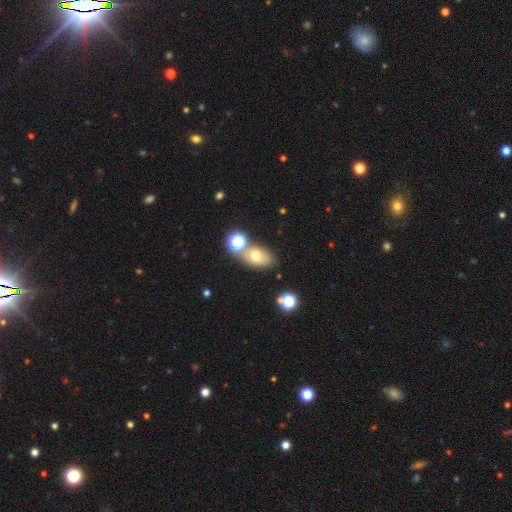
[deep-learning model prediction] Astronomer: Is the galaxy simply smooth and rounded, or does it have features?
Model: smooth — 64%.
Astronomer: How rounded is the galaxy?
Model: in between — 80%.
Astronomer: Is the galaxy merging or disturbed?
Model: none — 62%.